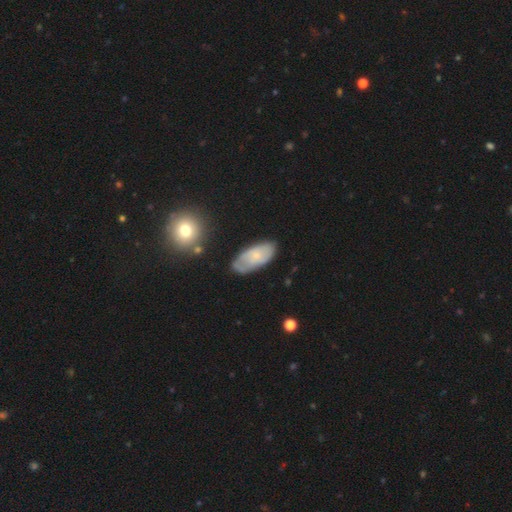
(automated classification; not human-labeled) Overall: smooth (52%; featured or disk 41%). How rounded: in between (91%). Merging: none (63%; minor disturbance 26%).